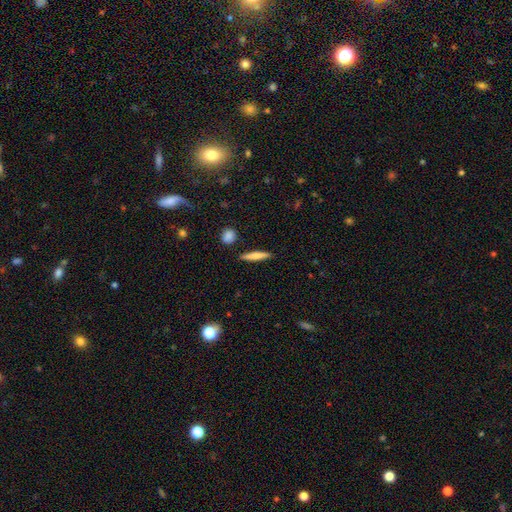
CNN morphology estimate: A smooth galaxy with no disk features (67%) that is cigar-shaped (90%). Merging: none (89%).